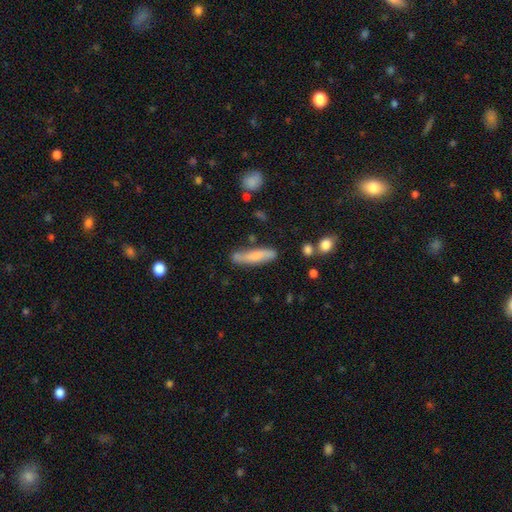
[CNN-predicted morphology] The model was most divided on "smooth or featured": smooth: 66%, featured or disk: 28%, star or artifact: 6%. More confident: how rounded — cigar-shaped (79%); merging — none (73%).